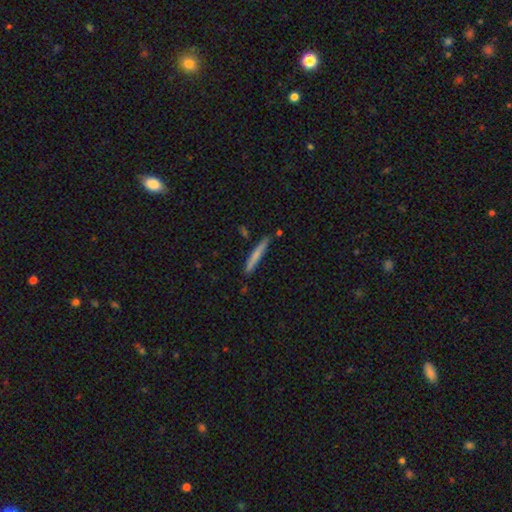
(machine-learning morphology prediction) Smooth or featured? smooth (70%)
How rounded? cigar-shaped (96%)
Merging? none (82%)